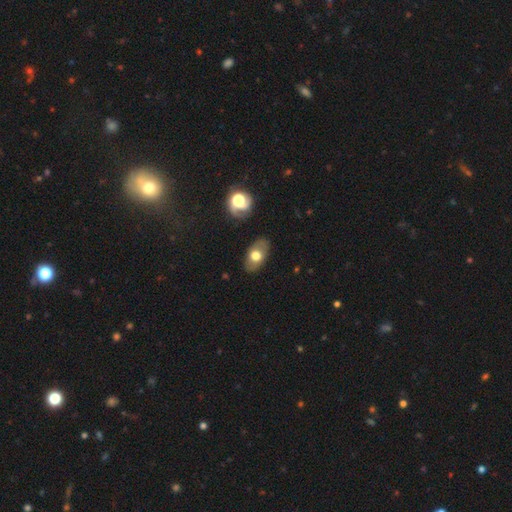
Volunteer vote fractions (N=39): Overall: smooth (51%; featured or disk 44%). How rounded: in between (85%). Merging: none (76%).